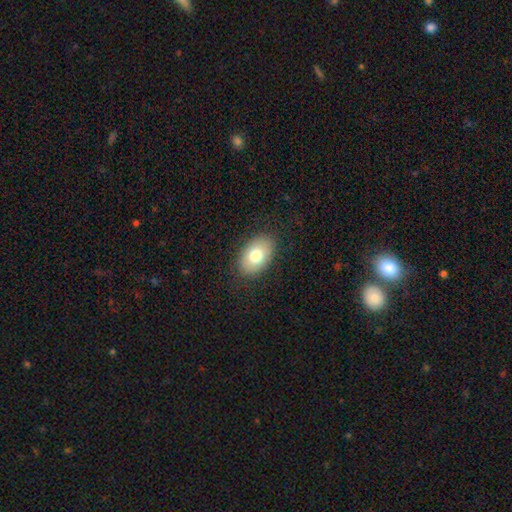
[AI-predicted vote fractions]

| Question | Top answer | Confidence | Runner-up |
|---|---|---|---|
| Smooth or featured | smooth | 77% | featured or disk (15%) |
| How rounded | in between | 89% | round (10%) |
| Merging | none | 86% | minor disturbance (11%) |